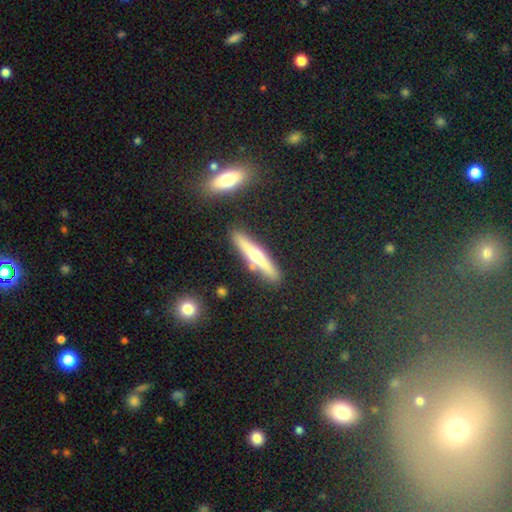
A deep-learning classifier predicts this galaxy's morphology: A featured or disk galaxy (56%) viewed edge-on (94%) with a rounded central bulge (90%). Merging: none (84%).